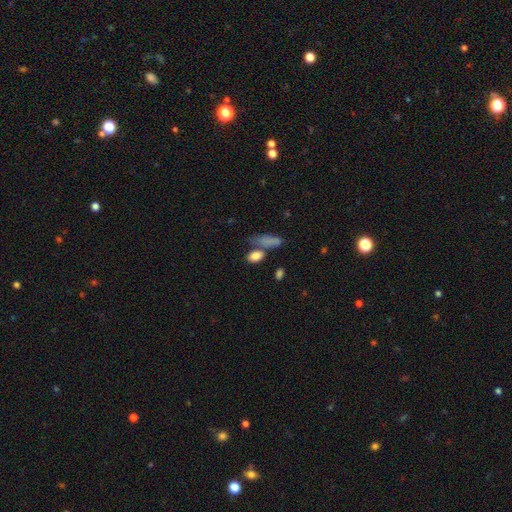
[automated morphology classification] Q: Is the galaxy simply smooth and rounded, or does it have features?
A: smooth — 84%.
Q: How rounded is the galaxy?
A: in between — 80%.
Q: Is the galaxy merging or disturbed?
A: none — 55%.